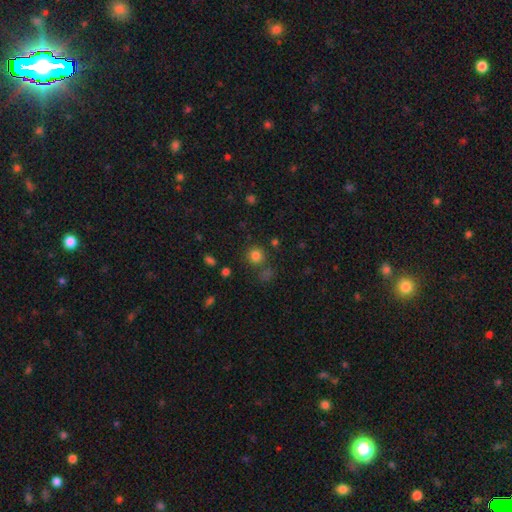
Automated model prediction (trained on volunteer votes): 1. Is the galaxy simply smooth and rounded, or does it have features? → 79% smooth, 15% star or artifact, 5% featured or disk.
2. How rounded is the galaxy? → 91% round, 9% in between, 1% cigar-shaped.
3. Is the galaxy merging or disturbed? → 77% none, 10% minor disturbance, 9% merger, 5% major disturbance.